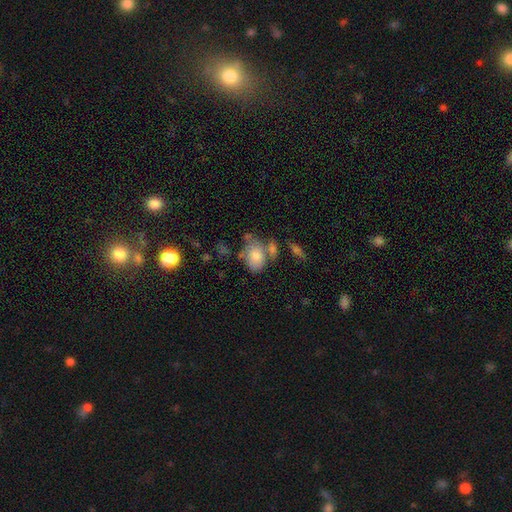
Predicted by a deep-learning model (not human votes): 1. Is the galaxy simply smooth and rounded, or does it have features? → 73% smooth, 18% featured or disk, 9% star or artifact.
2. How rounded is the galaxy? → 75% in between, 23% round, 2% cigar-shaped.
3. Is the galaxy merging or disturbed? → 42% none, 26% merger, 22% minor disturbance, 10% major disturbance.